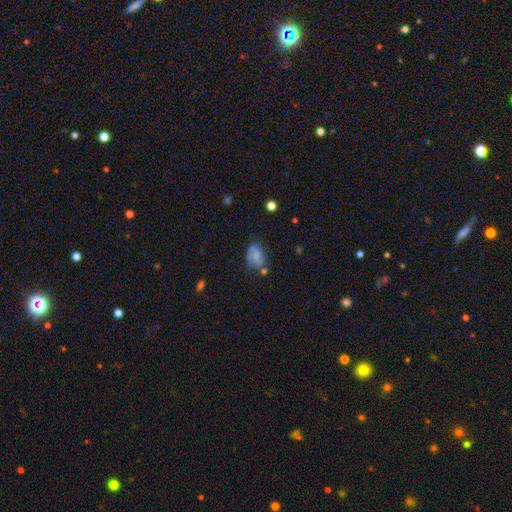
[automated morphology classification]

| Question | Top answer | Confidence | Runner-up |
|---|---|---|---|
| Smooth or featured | smooth | 58% | featured or disk (30%) |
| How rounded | in between | 81% | round (17%) |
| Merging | none | 49% | minor disturbance (29%) |